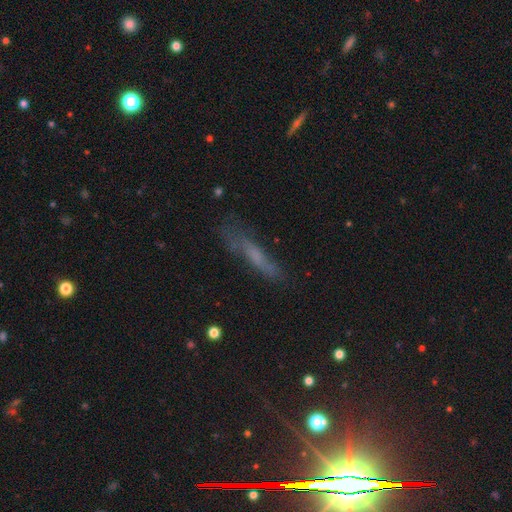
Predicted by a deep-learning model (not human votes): A smooth galaxy with no disk features (47%). Merging: none (66%).